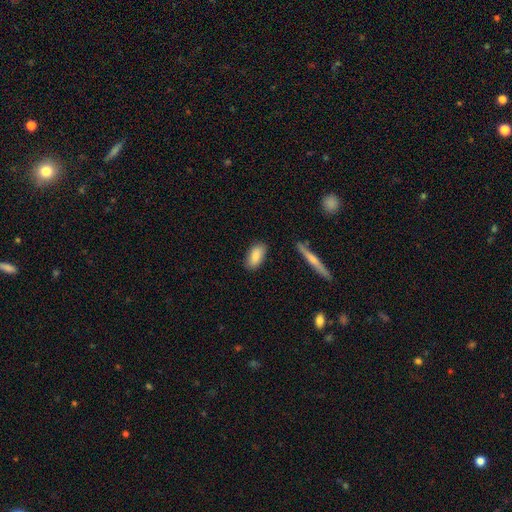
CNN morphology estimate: Smooth or featured: smooth — 85% (featured or disk — 9%)
How rounded: in between — 89% (cigar-shaped — 8%)
Merging: none — 84% (minor disturbance — 12%)